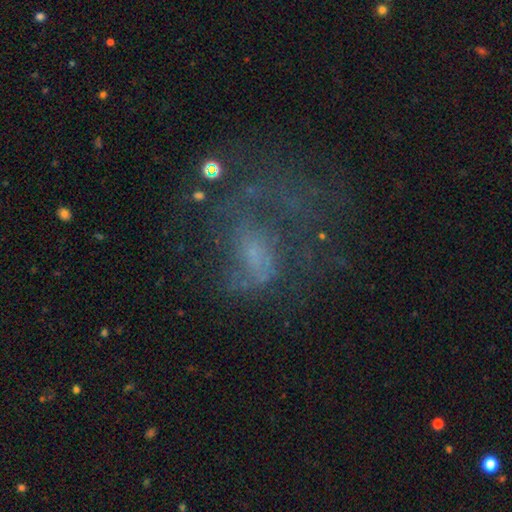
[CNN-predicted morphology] Smooth or featured? Predicted: featured or disk (p=0.61). Edge-on disk? Predicted: no (p=0.97). Bar? Predicted: no (p=0.65). Spiral arms? Predicted: yes (p=0.53). Bulge size? Predicted: small (p=0.48). Merging? Predicted: major disturbance (p=0.44).